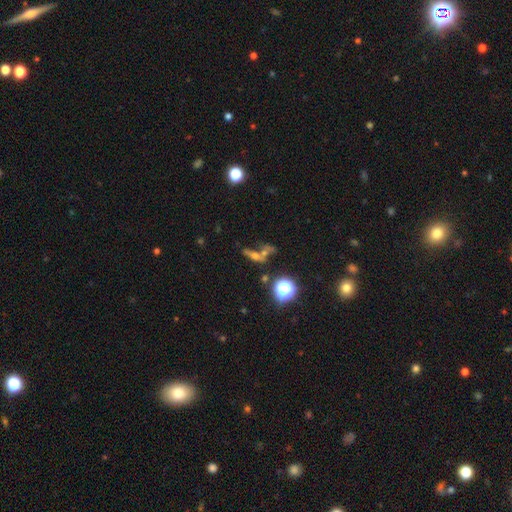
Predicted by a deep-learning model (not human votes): smooth-or-featured: star or artifact: 37% | smooth: 32% | featured or disk: 31%